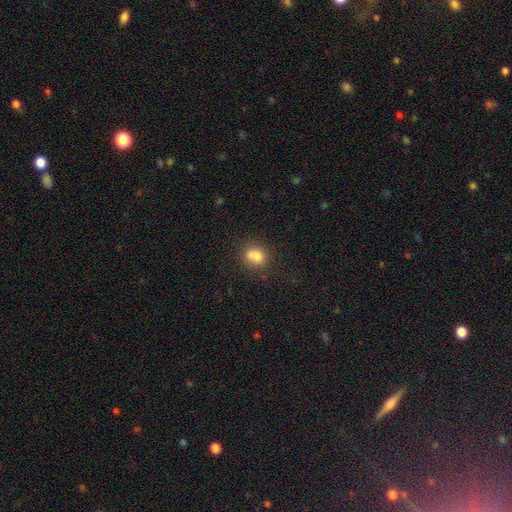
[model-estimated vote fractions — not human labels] The model was most divided on "merging": none: 43%, merger: 40%, minor disturbance: 12%, major disturbance: 5%. More confident: smooth or featured — smooth (73%); how rounded — round (66%).